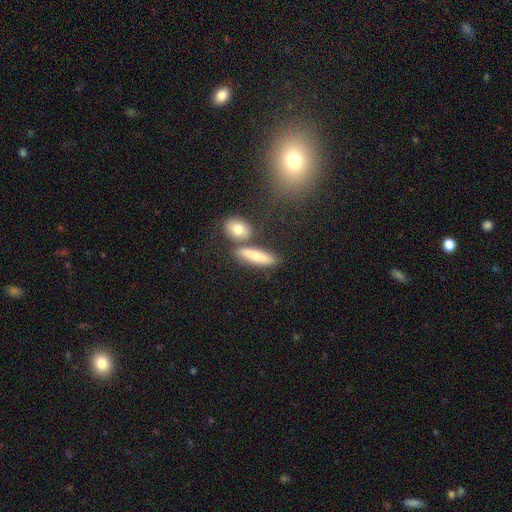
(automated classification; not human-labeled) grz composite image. It shows a smooth galaxy with no disk features (68%) that is cigar-shaped (51%). Merging: none (68%).